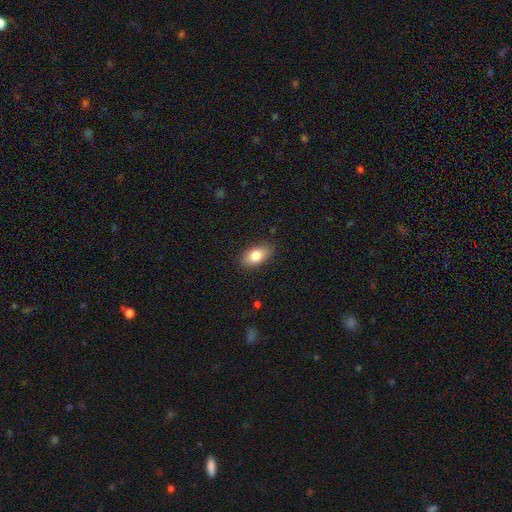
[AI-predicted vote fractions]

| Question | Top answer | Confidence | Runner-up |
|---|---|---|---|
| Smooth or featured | smooth | 80% | featured or disk (13%) |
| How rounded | in between | 90% | round (6%) |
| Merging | none | 84% | minor disturbance (13%) |